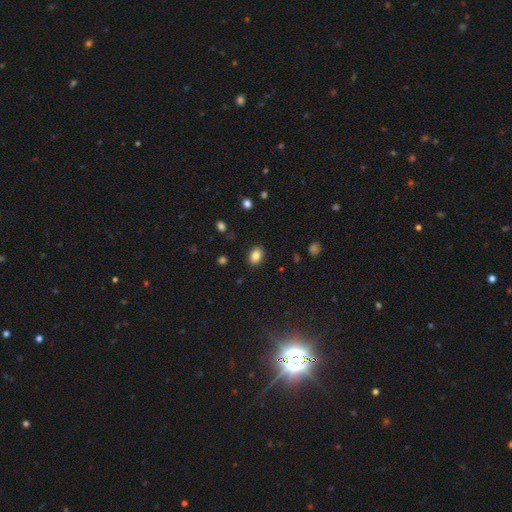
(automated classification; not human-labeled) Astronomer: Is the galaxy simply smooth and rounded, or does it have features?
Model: smooth — 84%.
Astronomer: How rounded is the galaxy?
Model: in between — 74%.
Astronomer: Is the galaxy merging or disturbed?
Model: none — 88%.